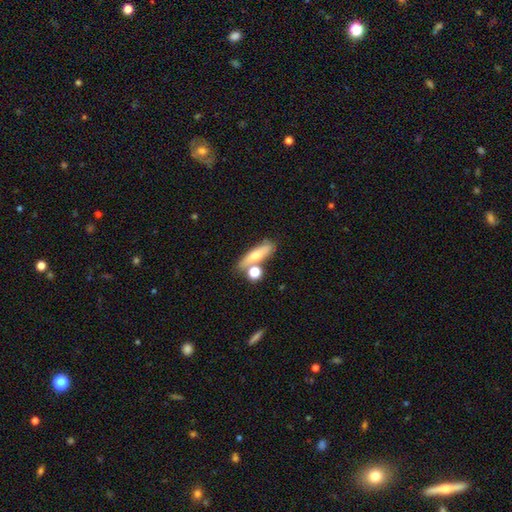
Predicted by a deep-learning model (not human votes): This appears to be a smooth galaxy with no disk features (60%) that is cigar-shaped (52%). Merging: none (57%).